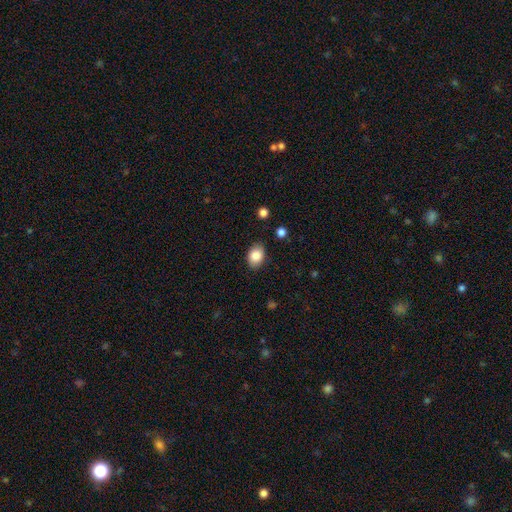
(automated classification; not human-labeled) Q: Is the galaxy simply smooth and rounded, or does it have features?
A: smooth — 86%.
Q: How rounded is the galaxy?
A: in between — 76%.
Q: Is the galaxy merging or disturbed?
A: none — 85%.